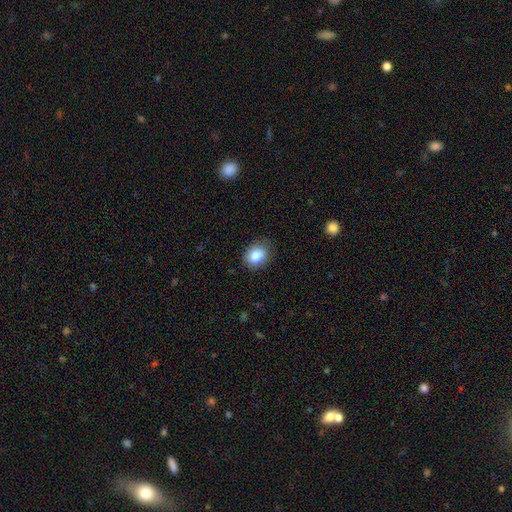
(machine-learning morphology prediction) smooth 85%, star or artifact 8%, featured or disk 7%. Down the decision tree: how rounded — in between (59%); merging — none (78%).